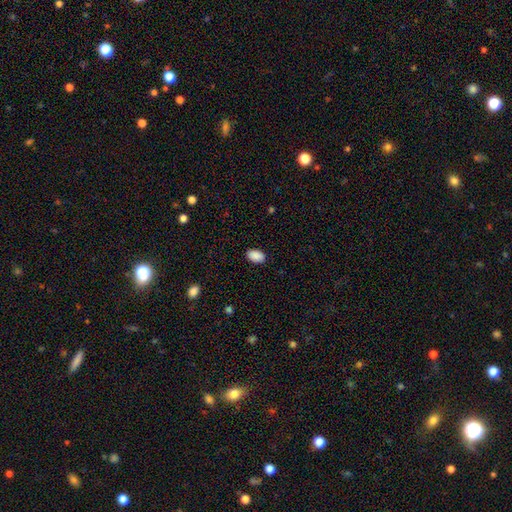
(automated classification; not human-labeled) This is clearly a smooth galaxy (90%). How rounded: clearly in between (91%). Merging: clearly none (88%).